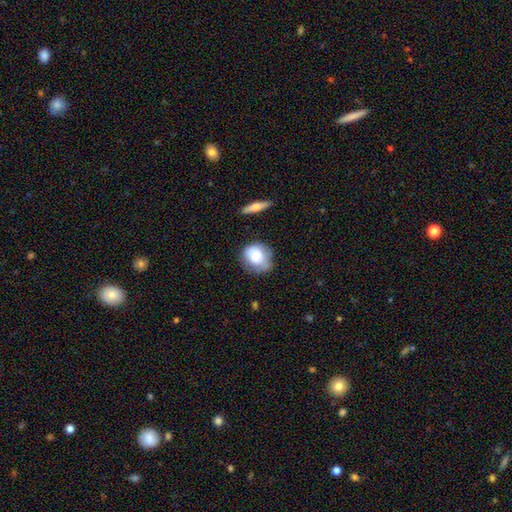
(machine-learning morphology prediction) This is likely a smooth galaxy (68%). How rounded: likely round (68%). Merging: possibly none (59%).